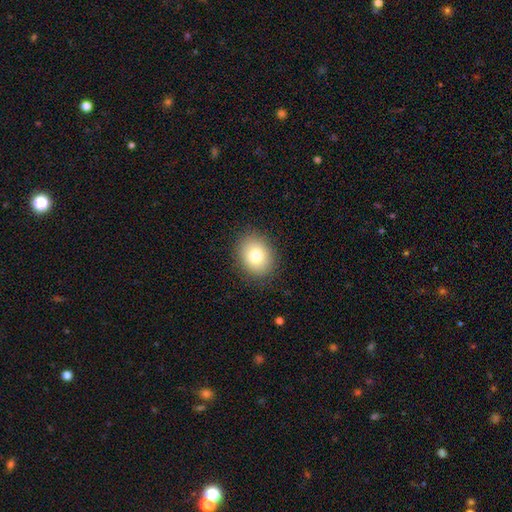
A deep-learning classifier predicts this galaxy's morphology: Smooth or featured?
  - smooth: 81% *
  - featured or disk: 10%
  - star or artifact: 9%
How rounded?
  - in between: 53% *
  - round: 46%
  - cigar-shaped: 1%
Merging?
  - none: 88% *
  - minor disturbance: 9%
  - major disturbance: 3%
  - merger: 1%